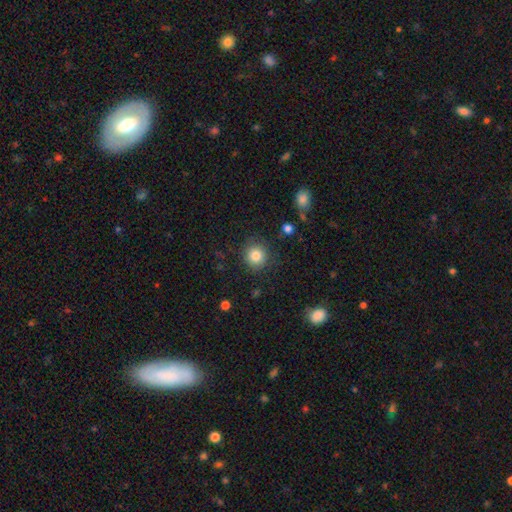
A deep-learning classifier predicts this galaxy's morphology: smooth_or_featured: smooth (p=0.83) [alt: star or artifact p=0.10]
how_rounded: round (p=0.90) [alt: in between p=0.09]
merging: none (p=0.87) [alt: minor disturbance p=0.09]